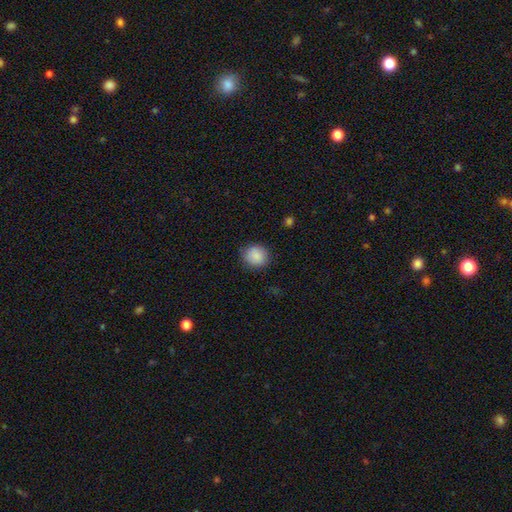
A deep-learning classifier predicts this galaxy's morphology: Overall: smooth (88%). How rounded: round (74%). Merging: none (84%).